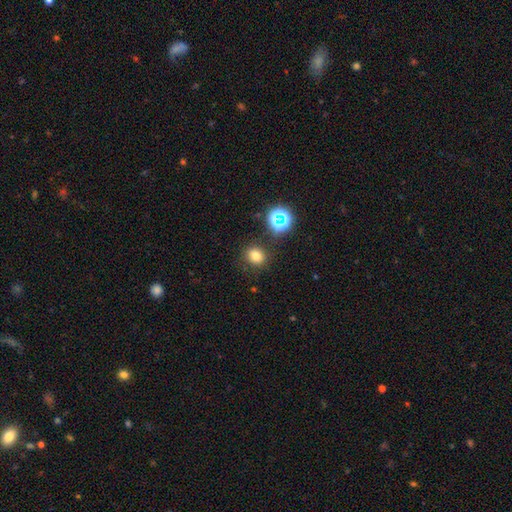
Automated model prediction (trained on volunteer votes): A smooth galaxy with no disk features (75%) that is round (64%). Merging: none (84%).